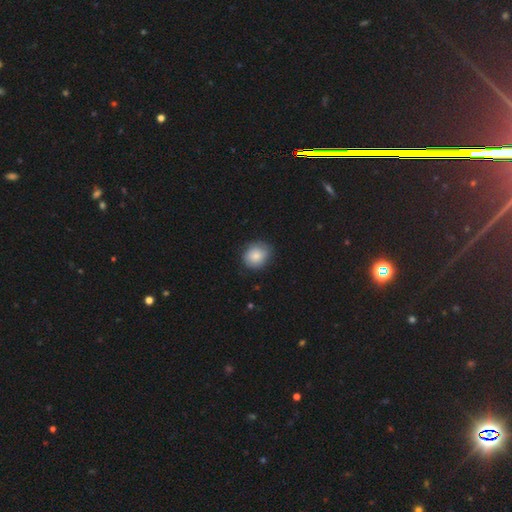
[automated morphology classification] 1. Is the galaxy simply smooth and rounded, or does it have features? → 79% smooth, 14% featured or disk, 7% star or artifact.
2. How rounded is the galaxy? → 72% round, 27% in between, 1% cigar-shaped.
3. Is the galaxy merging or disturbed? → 79% none, 16% minor disturbance, 4% major disturbance, 1% merger.